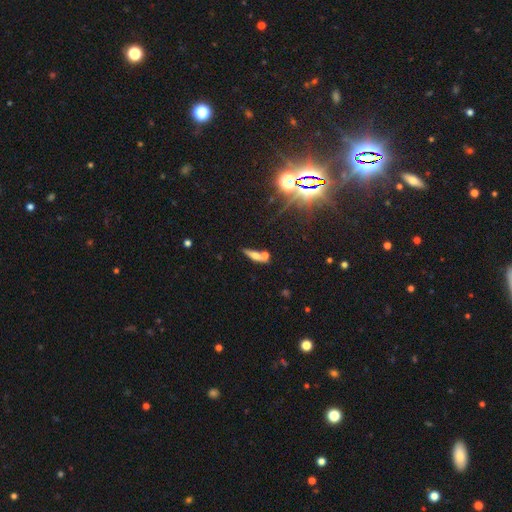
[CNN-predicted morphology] A smooth galaxy with no disk features (53%) that is cigar-shaped (54%).

Vote fractions:
- Smooth or featured? smooth: 53% / featured or disk: 33% / star or artifact: 14%
- How rounded? cigar-shaped: 54% / in between: 39% / round: 7%
- Merging? none: 44% / merger: 38% / minor disturbance: 12% / major disturbance: 5%